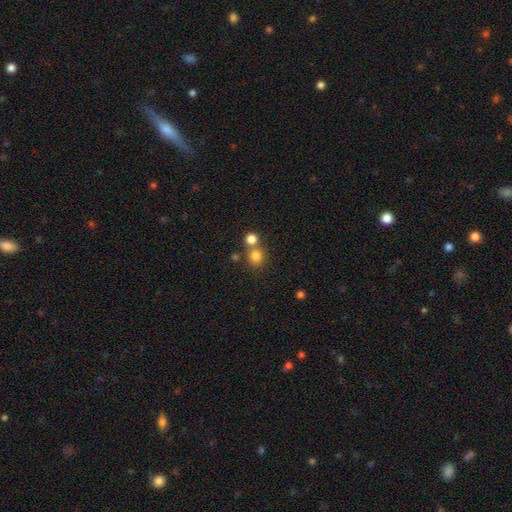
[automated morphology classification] smooth_or_featured: smooth (p=0.80) [alt: star or artifact p=0.14]
how_rounded: round (p=0.89) [alt: in between p=0.10]
merging: none (p=0.63) [alt: merger p=0.27]